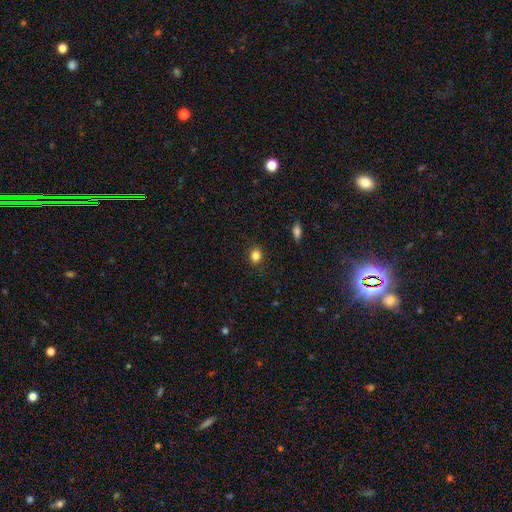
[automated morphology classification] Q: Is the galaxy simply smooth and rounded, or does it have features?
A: smooth — 84%.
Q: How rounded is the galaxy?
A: round — 71%.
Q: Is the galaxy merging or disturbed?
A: none — 87%.